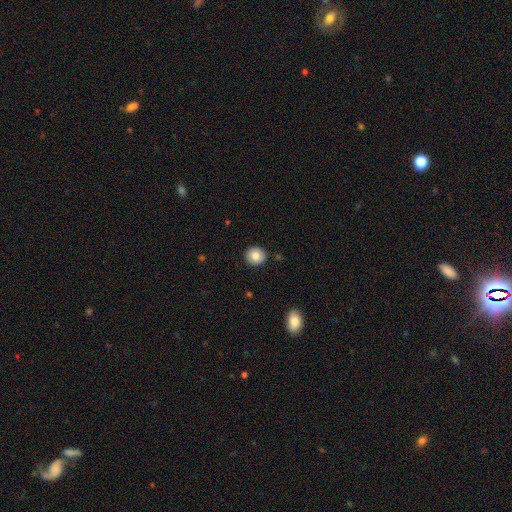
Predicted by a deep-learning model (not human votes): A smooth galaxy with no disk features (82%) that is round (89%).

Vote fractions:
- Smooth or featured? smooth: 82% / featured or disk: 10% / star or artifact: 8%
- How rounded? round: 89% / in between: 10% / cigar-shaped: 1%
- Merging? none: 90% / minor disturbance: 7% / major disturbance: 2% / merger: 1%